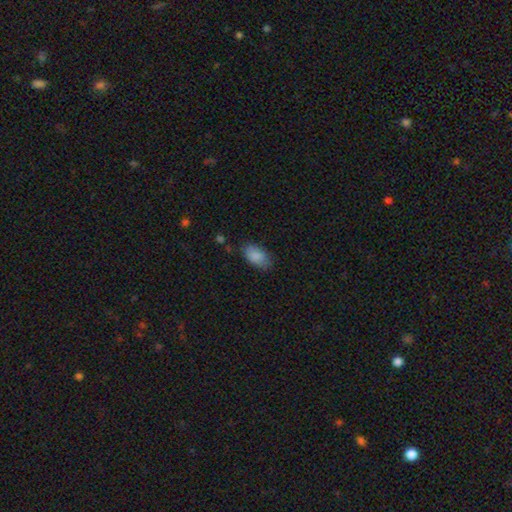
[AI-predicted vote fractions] Overall: smooth (88%). How rounded: in between (93%). Merging: none (78%).